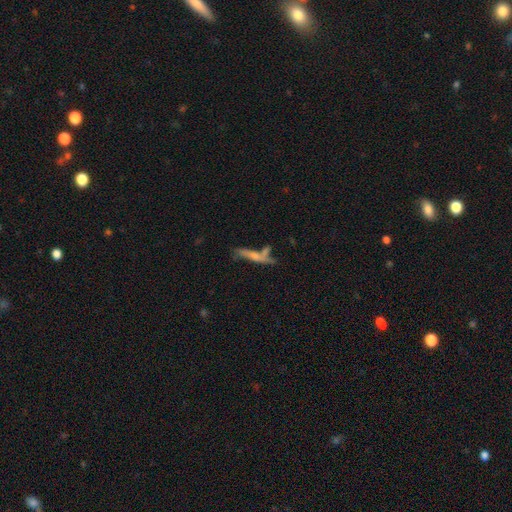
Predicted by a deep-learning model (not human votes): A smooth galaxy with no disk features (49%). Merging: none (45%).